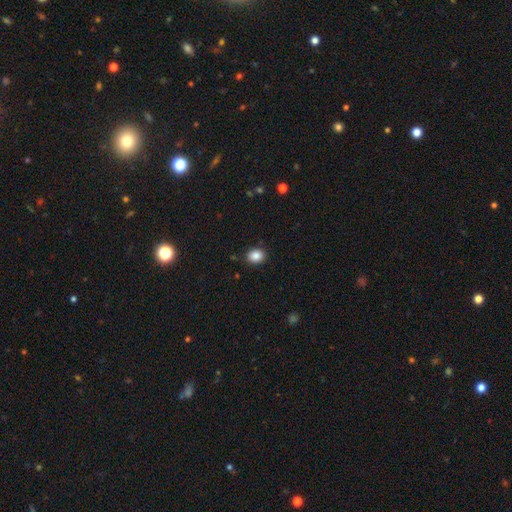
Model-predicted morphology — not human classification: A smooth galaxy with no disk features (86%) that is round (55%).

Vote fractions:
- Smooth or featured? smooth: 86% / star or artifact: 9% / featured or disk: 5%
- How rounded? round: 55% / in between: 44% / cigar-shaped: 1%
- Merging? none: 88% / minor disturbance: 9% / major disturbance: 2% / merger: 1%